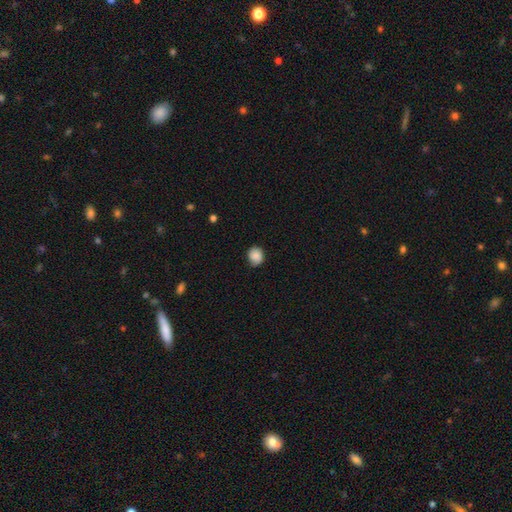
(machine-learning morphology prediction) Overall: smooth (87%). How rounded: round (71%). Merging: none (79%).